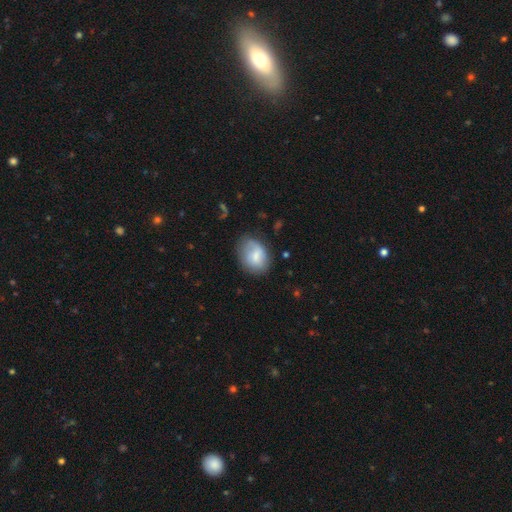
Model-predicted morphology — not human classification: Q: Smooth or featured?
A: smooth (72%); runner-up: featured or disk (21%)
Q: How rounded?
A: in between (72%); runner-up: round (27%)
Q: Merging?
A: none (63%); runner-up: minor disturbance (26%)